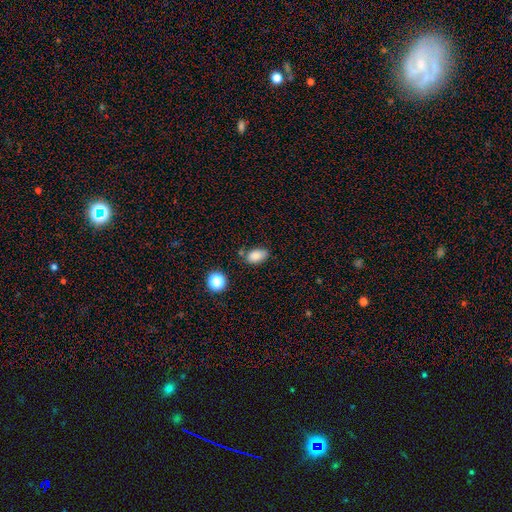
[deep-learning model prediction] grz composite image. It shows a smooth galaxy with no disk features (82%) that is in between round and cigar-shaped (88%). Merging: none (68%).